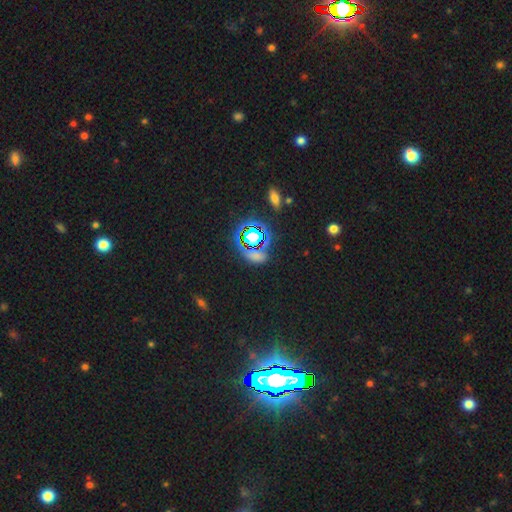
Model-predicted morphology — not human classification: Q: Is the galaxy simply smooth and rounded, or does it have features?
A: star or artifact — 58%.